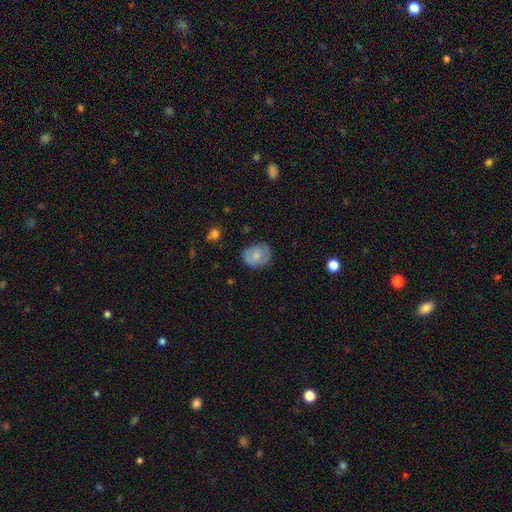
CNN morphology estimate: Overall: smooth (58%; featured or disk 34%). How rounded: round (57%; in between 42%). Merging: none (60%; minor disturbance 27%).